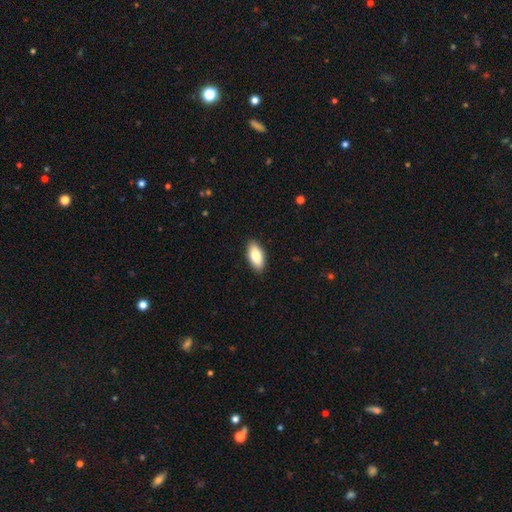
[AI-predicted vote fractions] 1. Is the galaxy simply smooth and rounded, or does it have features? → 83% smooth, 11% featured or disk, 6% star or artifact.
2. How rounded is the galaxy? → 90% in between, 8% cigar-shaped, 2% round.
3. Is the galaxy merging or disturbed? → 90% none, 8% minor disturbance, 2% major disturbance, 1% merger.